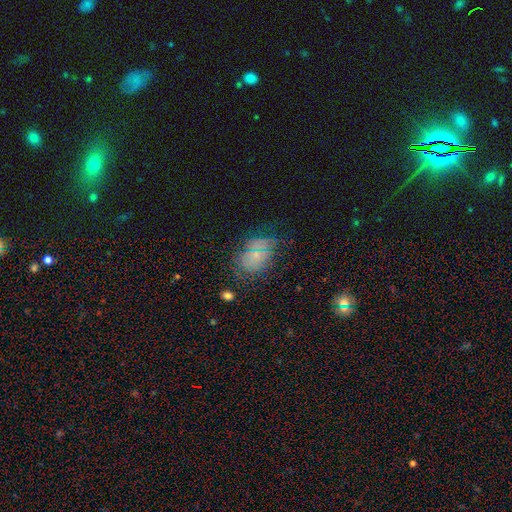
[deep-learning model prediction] Smooth or featured?
  - smooth: 51% *
  - star or artifact: 28%
  - featured or disk: 21%
How rounded?
  - in between: 72% *
  - round: 26%
  - cigar-shaped: 2%
Merging?
  - none: 67% *
  - minor disturbance: 21%
  - major disturbance: 9%
  - merger: 3%